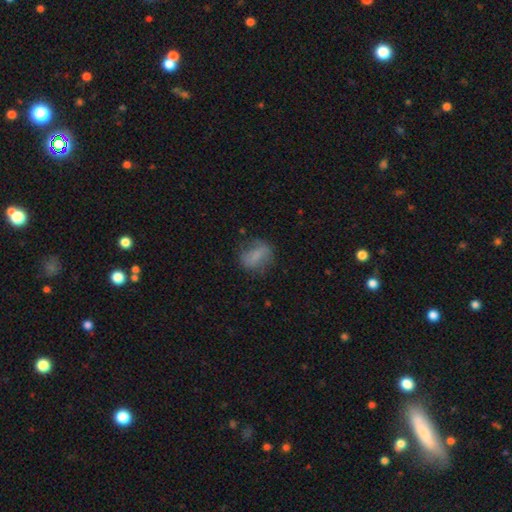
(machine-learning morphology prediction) This is likely a smooth galaxy (70%). How rounded: likely in between (63%). Merging: likely none (67%).